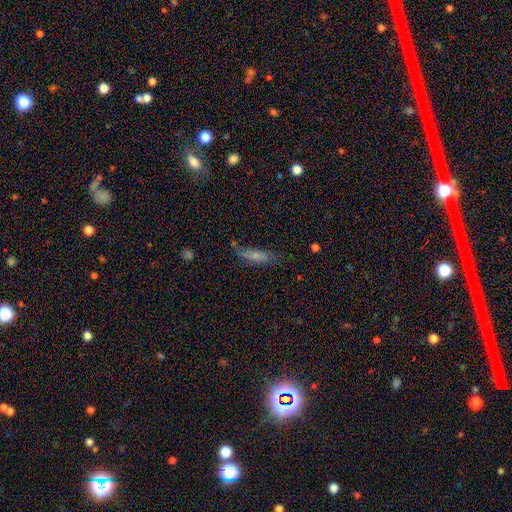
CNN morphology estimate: This appears to be a smooth galaxy with no disk features (68%) that is cigar-shaped (58%). Merging: none (57%).